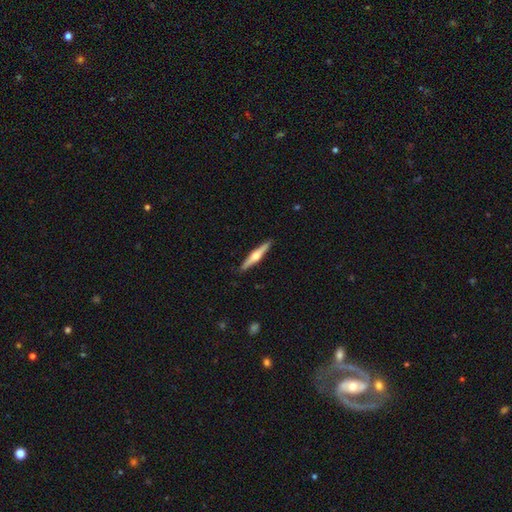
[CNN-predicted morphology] Smooth or featured? Predicted: featured or disk (p=0.67). Edge-on disk? Predicted: yes (p=0.97). Edge-on bulge? Predicted: rounded (p=0.94). Merging? Predicted: none (p=0.91).